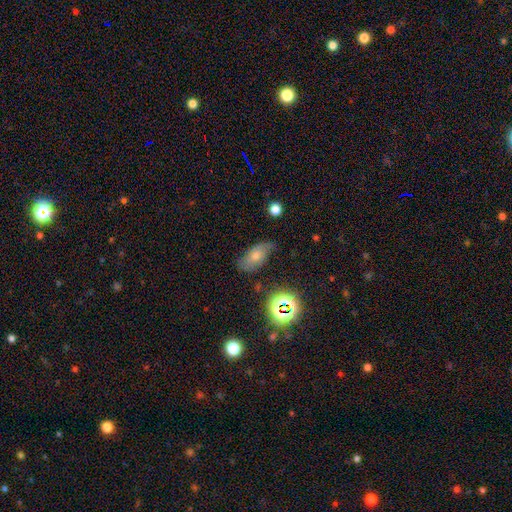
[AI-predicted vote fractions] This appears to be a smooth galaxy with no disk features (43%). Merging: none (61%).